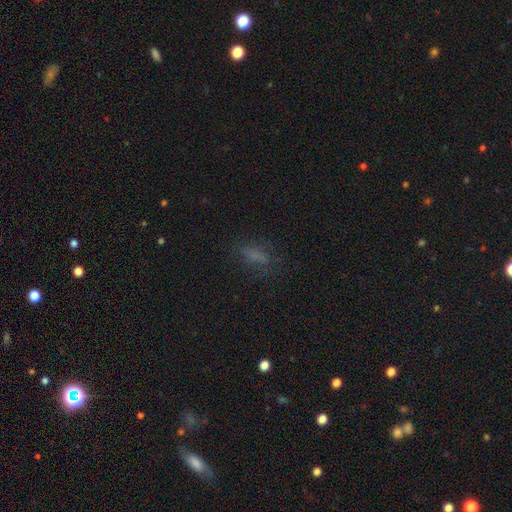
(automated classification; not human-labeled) Morphology: type=smooth (61%); roundness=in between (65%); merging=none (63%).